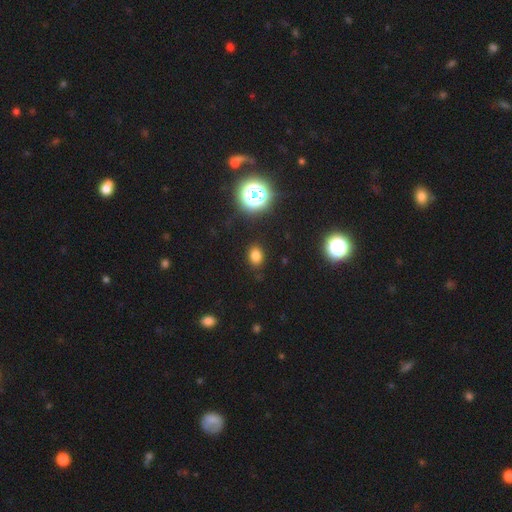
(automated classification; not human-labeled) This appears to be a smooth galaxy with no disk features (76%) that is in between round and cigar-shaped (56%). Merging: none (87%).